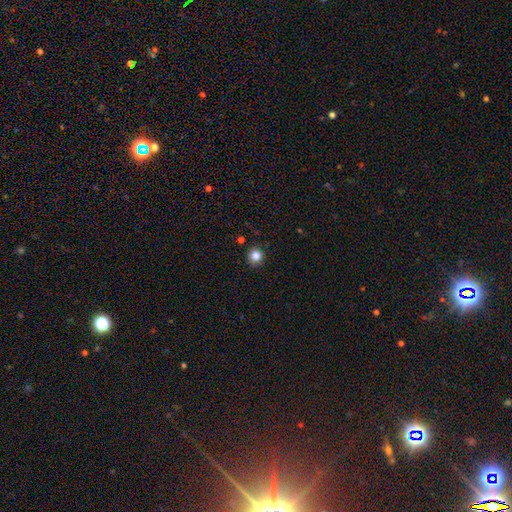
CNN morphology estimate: smooth 83%, star or artifact 12%, featured or disk 5%. Down the decision tree: how rounded — round (92%); merging — none (90%).